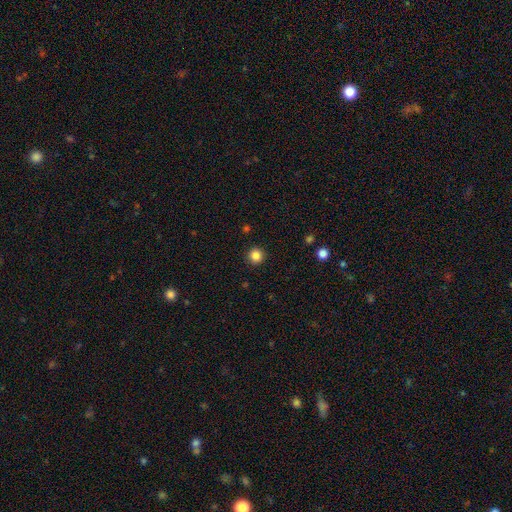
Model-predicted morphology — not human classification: Overall: smooth (85%). How rounded: round (94%). Merging: none (92%).